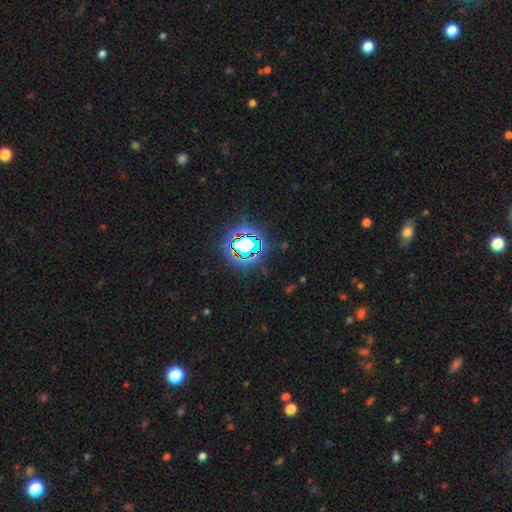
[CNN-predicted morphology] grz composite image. It shows a star or artifact, not a galaxy (80%).